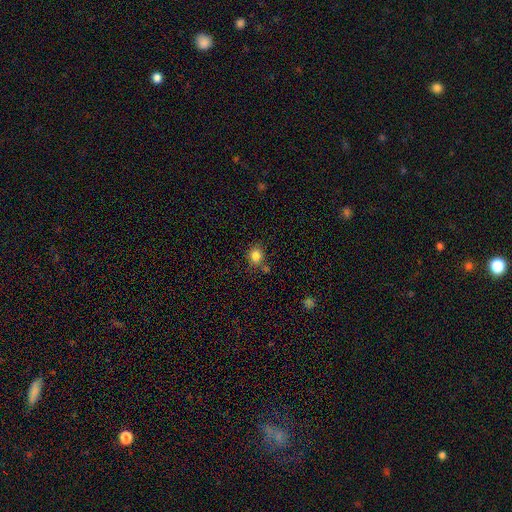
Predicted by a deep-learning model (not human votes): A smooth galaxy with no disk features (83%) that is round (77%).

Vote fractions:
- Smooth or featured? smooth: 83% / star or artifact: 12% / featured or disk: 6%
- How rounded? round: 77% / in between: 22% / cigar-shaped: 1%
- Merging? none: 71% / minor disturbance: 15% / merger: 9% / major disturbance: 4%